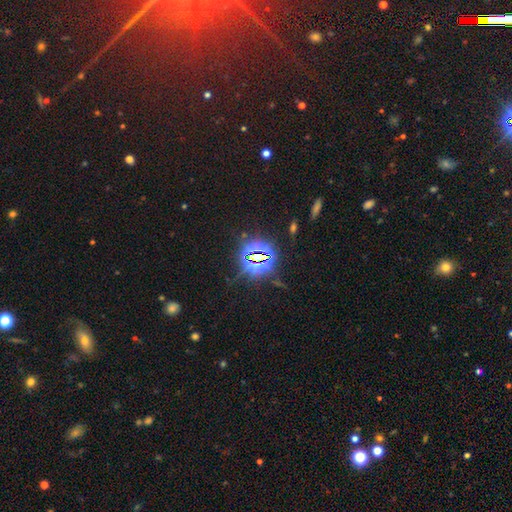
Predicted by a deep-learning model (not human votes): star or artifact 82%, smooth 11%, featured or disk 7%.